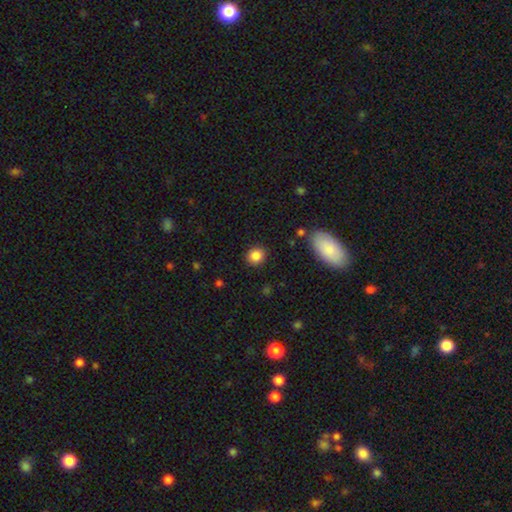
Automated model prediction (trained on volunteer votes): This is clearly a smooth galaxy (85%). How rounded: likely round (75%). Merging: clearly none (88%).